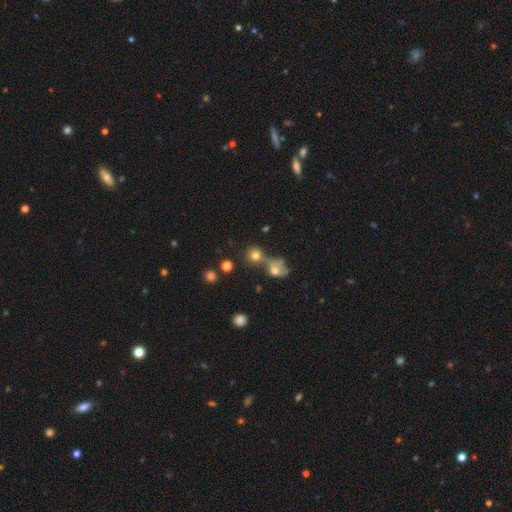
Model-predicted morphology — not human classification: Smooth or featured: smooth — 76% (star or artifact — 14%)
How rounded: round — 88% (in between — 11%)
Merging: none — 51% (merger — 36%)